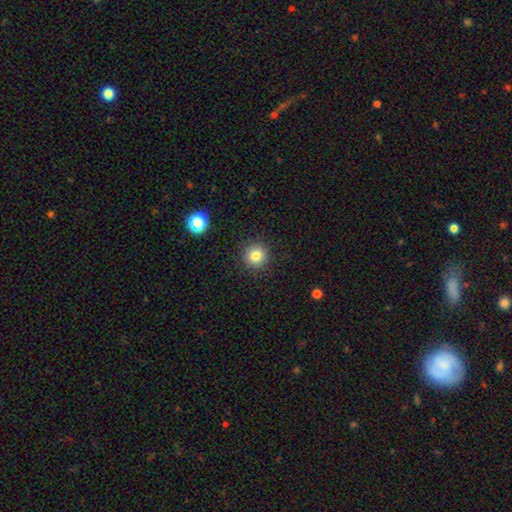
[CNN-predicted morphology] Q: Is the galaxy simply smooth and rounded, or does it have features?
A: smooth — 81%.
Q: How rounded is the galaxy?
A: round — 94%.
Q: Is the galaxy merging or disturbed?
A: none — 91%.